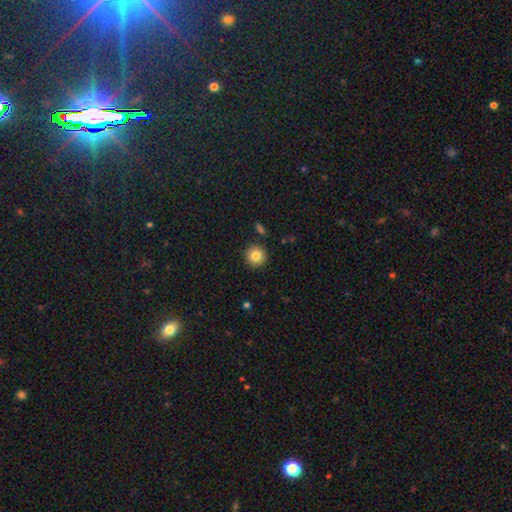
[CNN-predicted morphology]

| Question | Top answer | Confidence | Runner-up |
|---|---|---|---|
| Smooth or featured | smooth | 82% | star or artifact (10%) |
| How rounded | round | 95% | in between (4%) |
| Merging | none | 90% | minor disturbance (6%) |